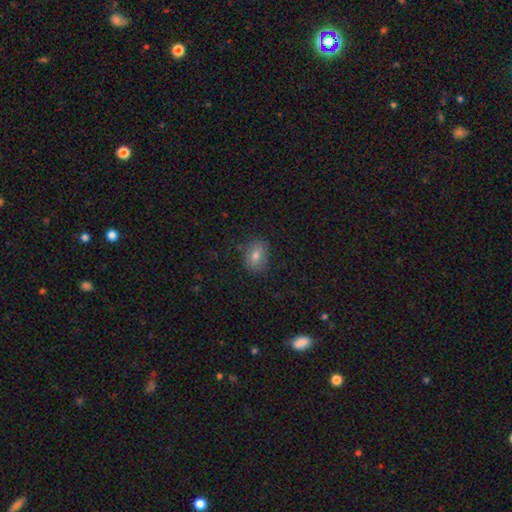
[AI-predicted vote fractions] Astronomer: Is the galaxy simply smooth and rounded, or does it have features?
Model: smooth — 75%.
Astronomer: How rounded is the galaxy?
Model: in between — 62%.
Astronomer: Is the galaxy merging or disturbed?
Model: none — 81%.